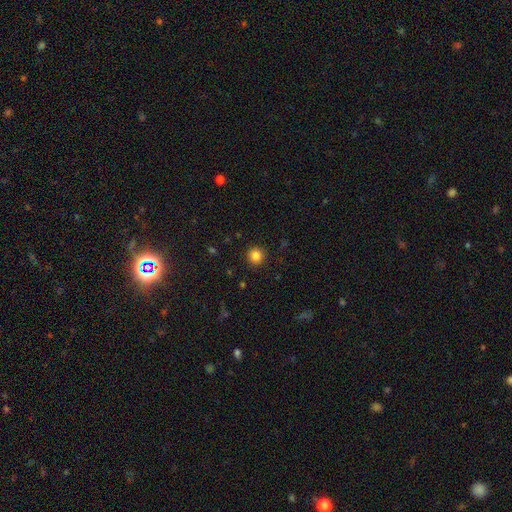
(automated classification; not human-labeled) smooth 84%, star or artifact 11%, featured or disk 4%. Down the decision tree: how rounded — round (93%); merging — none (92%).